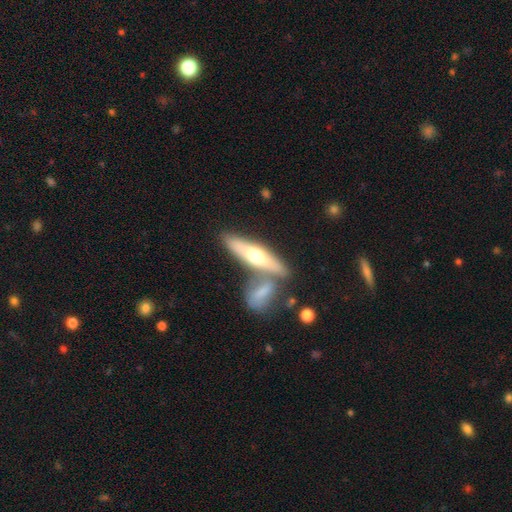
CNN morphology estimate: A smooth galaxy with no disk features (49%).

Vote fractions:
- Smooth or featured? smooth: 49% / featured or disk: 46% / star or artifact: 5%
- Merging? none: 56% / merger: 29% / minor disturbance: 11% / major disturbance: 4%